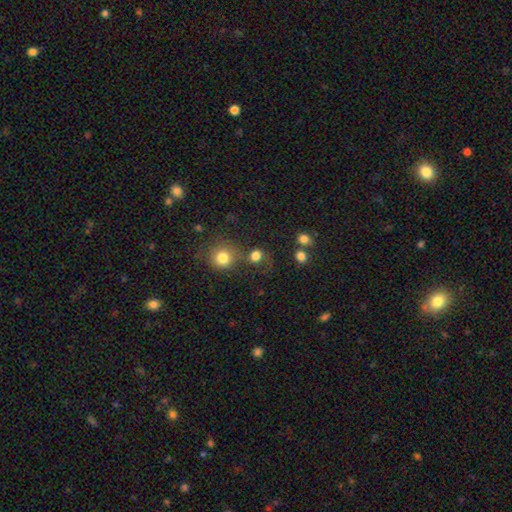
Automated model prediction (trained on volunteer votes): Smooth or featured? smooth (79%)
How rounded? round (81%)
Merging? none (55%)